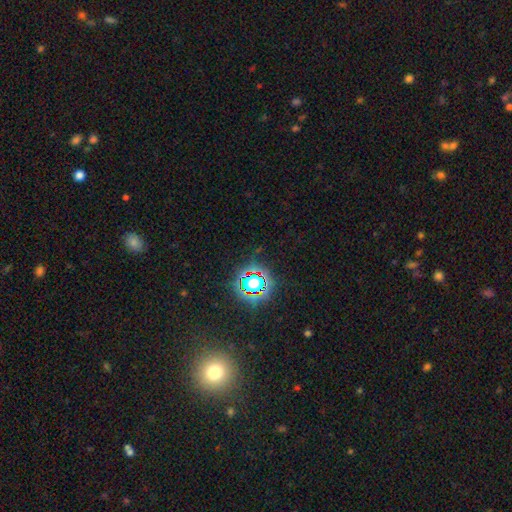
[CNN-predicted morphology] star or artifact 77%, smooth 15%, featured or disk 9%.